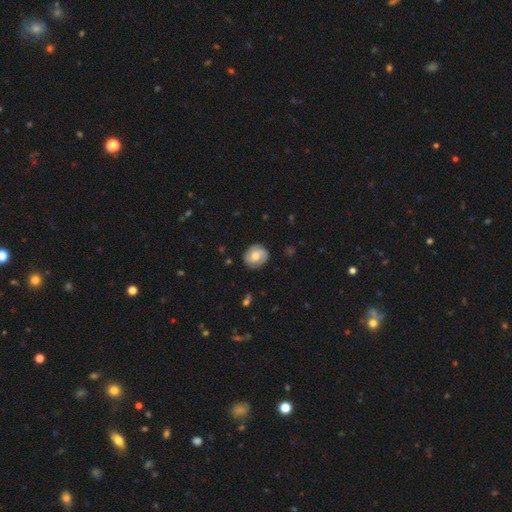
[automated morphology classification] This is possibly a featured or disk galaxy (56%). It is clearly not viewed edge-on (97%). Bar: likely no (64%). Spiral arm pattern: clearly yes (88%). Central bulge: likely moderate (64%). Merging: likely none (78%).